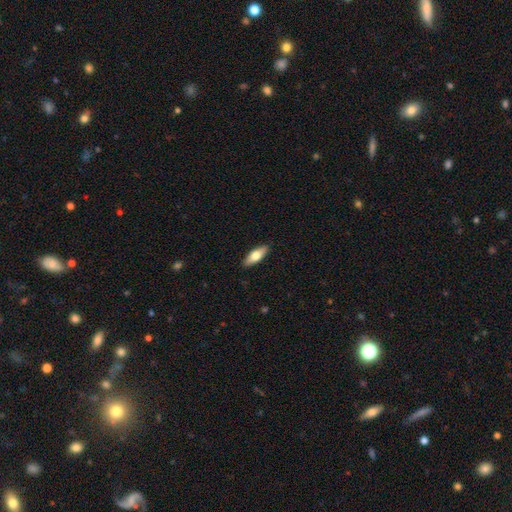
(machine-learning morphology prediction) This appears to be a smooth galaxy with no disk features (64%) that is in between round and cigar-shaped (63%). Merging: none (90%).